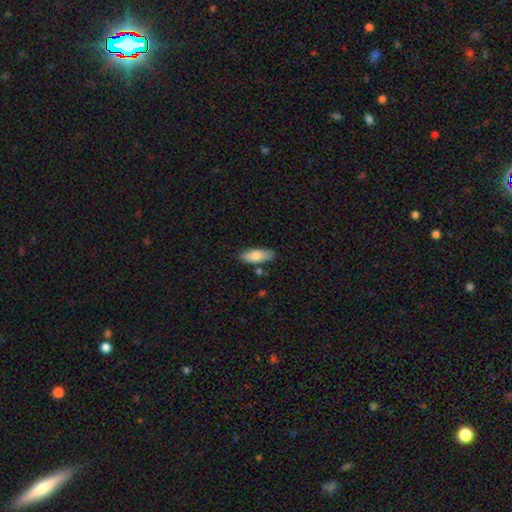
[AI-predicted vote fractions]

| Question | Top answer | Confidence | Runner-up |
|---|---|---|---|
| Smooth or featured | smooth | 78% | featured or disk (16%) |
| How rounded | in between | 78% | cigar-shaped (20%) |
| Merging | none | 81% | minor disturbance (12%) |